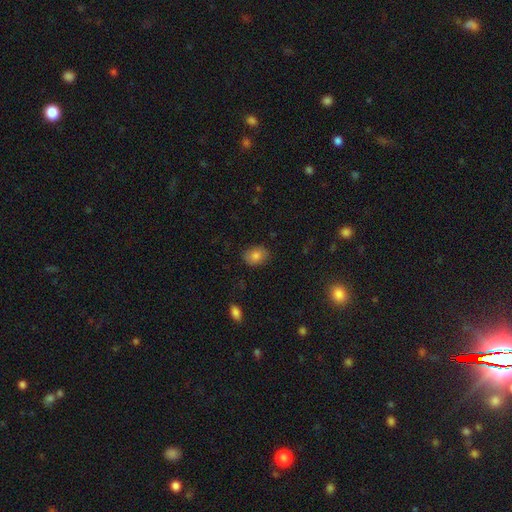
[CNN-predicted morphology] This appears to be a smooth galaxy with no disk features (81%) that is in between round and cigar-shaped (69%). Merging: none (84%).